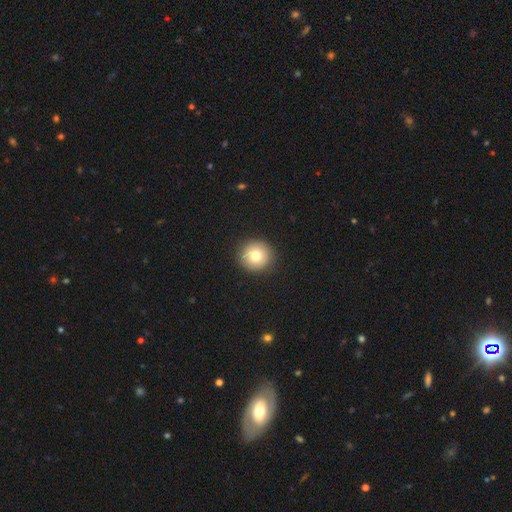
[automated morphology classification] Smooth or featured? Predicted: smooth (p=0.79). How rounded? Predicted: round (p=0.92). Merging? Predicted: none (p=0.92).